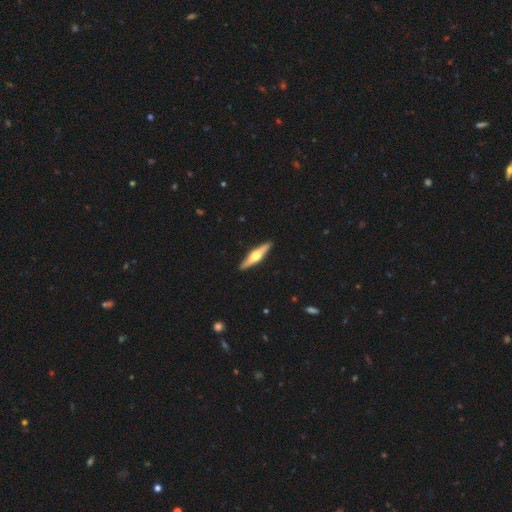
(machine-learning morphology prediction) Overall: featured or disk (68%). Edge-on disk: yes (97%). Edge-on bulge: rounded (95%). Merging: none (92%).